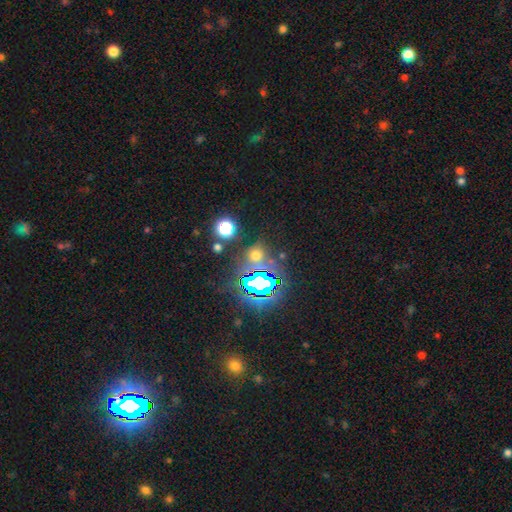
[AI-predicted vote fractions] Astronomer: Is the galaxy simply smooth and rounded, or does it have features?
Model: star or artifact — 52% (runner-up: smooth, 40%).